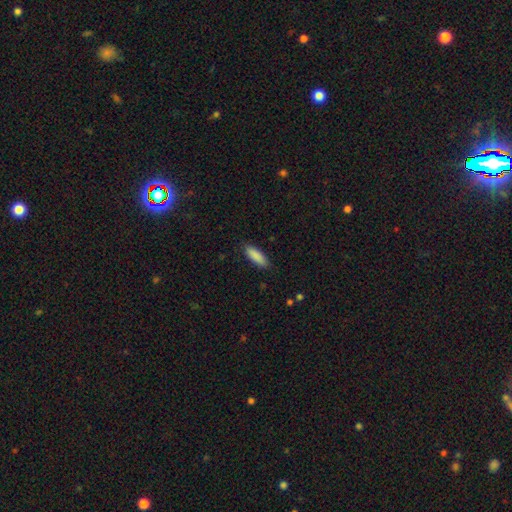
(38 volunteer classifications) Smooth or featured: smooth — 87% (star or artifact — 8%)
How rounded: cigar-shaped — 52% (in between — 48%)
Merging: none — 83% (minor disturbance — 11%)